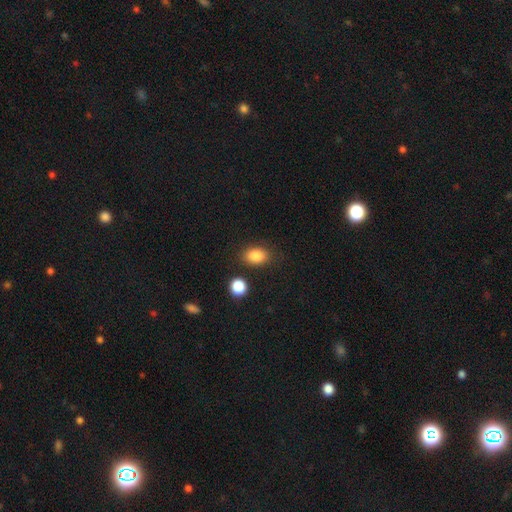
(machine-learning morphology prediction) A smooth galaxy with no disk features (86%) that is in between round and cigar-shaped (81%). Merging: none (80%).